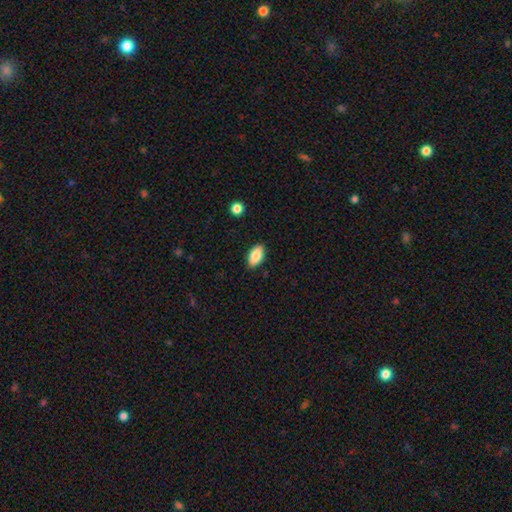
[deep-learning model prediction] This is clearly a smooth galaxy (84%). How rounded: clearly in between (93%). Merging: clearly none (88%).